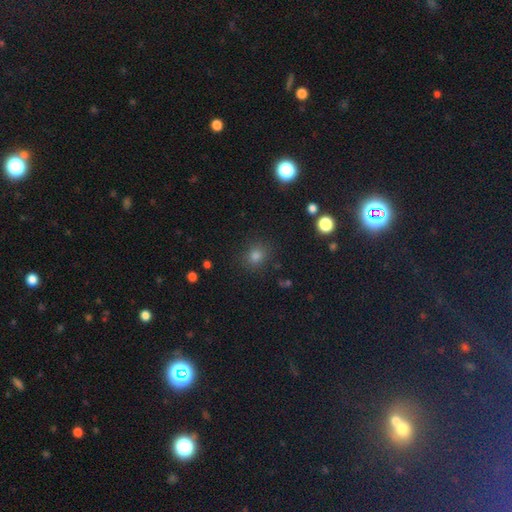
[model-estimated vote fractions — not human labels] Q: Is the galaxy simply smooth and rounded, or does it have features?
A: smooth — 76%.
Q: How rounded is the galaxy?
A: round — 82%.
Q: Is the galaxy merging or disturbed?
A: none — 87%.